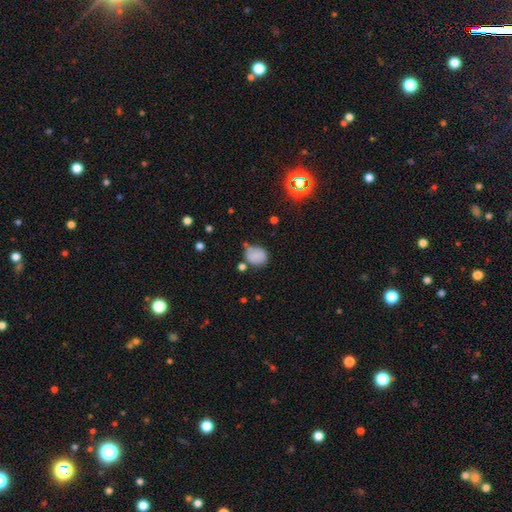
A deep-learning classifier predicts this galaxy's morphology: The model was most divided on "how rounded": round: 63%, in between: 36%, cigar-shaped: 1%. More confident: smooth or featured — smooth (80%); merging — none (55%).